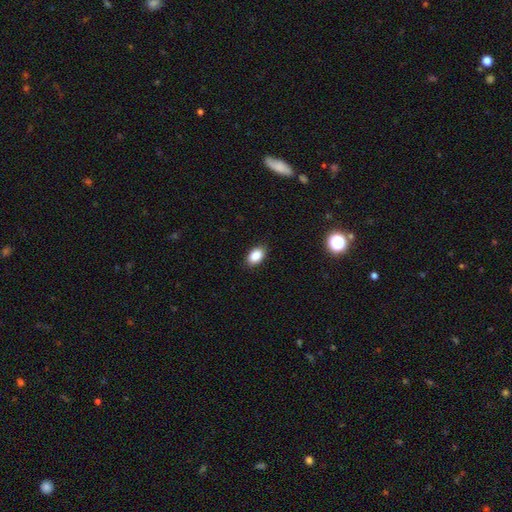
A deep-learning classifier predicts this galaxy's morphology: Overall: smooth (88%). How rounded: in between (90%). Merging: none (87%).